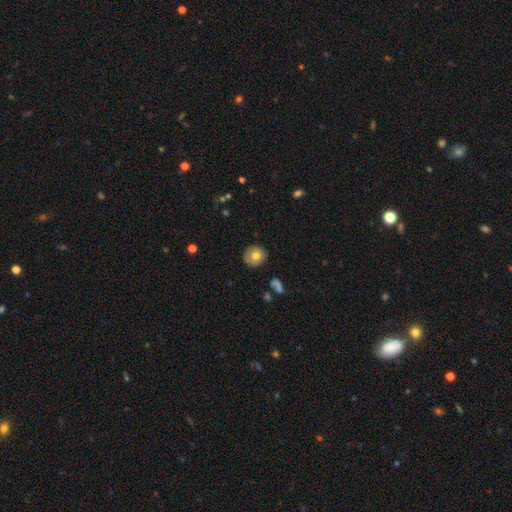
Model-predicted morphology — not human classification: The model was most divided on "smooth or featured": smooth: 71%, featured or disk: 20%, star or artifact: 8%. More confident: how rounded — round (90%); merging — none (87%).